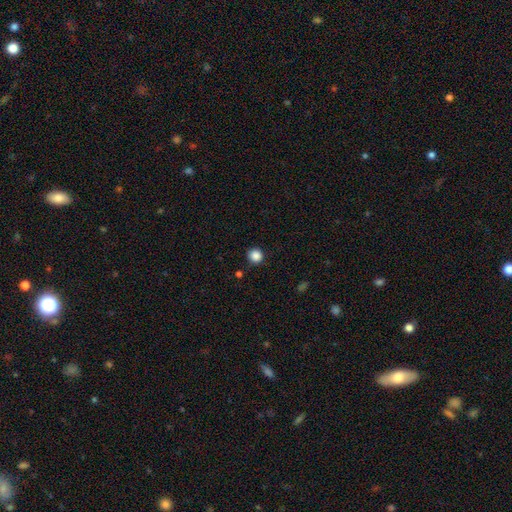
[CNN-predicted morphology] Smooth or featured? Predicted: smooth (p=0.87). How rounded? Predicted: round (p=0.91). Merging? Predicted: none (p=0.87).